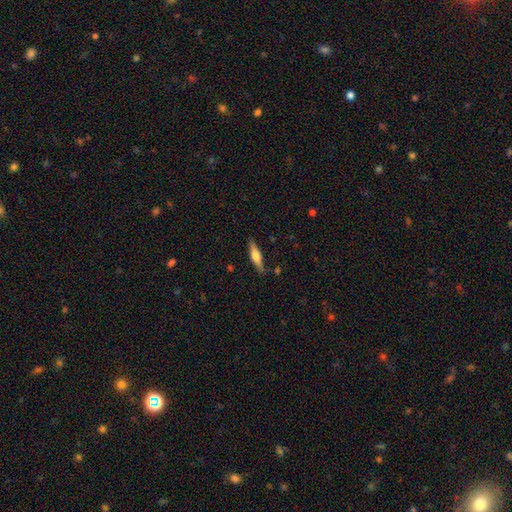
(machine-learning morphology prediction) Smooth or featured? featured or disk (48%)
Merging? none (81%)